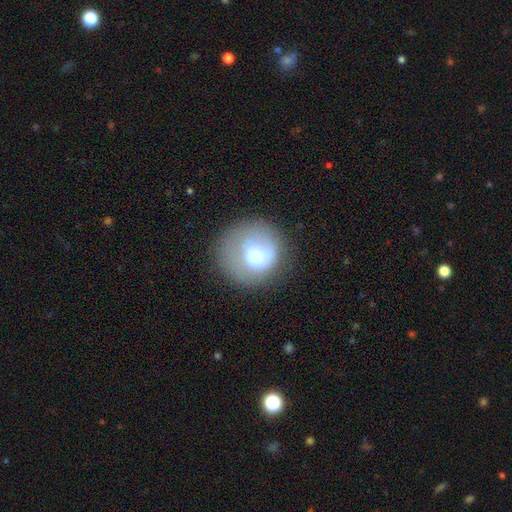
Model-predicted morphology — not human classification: The model was most divided on "smooth or featured": smooth: 62%, featured or disk: 29%, star or artifact: 9%. More confident: how rounded — round (89%); merging — none (66%).